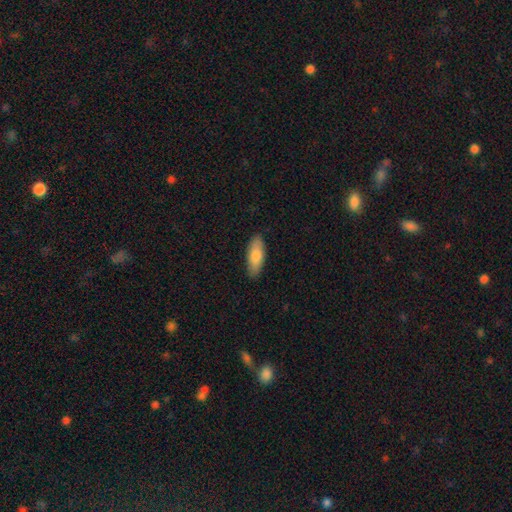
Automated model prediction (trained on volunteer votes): Morphology: type=smooth (81%); roundness=in between (71%); merging=none (87%).